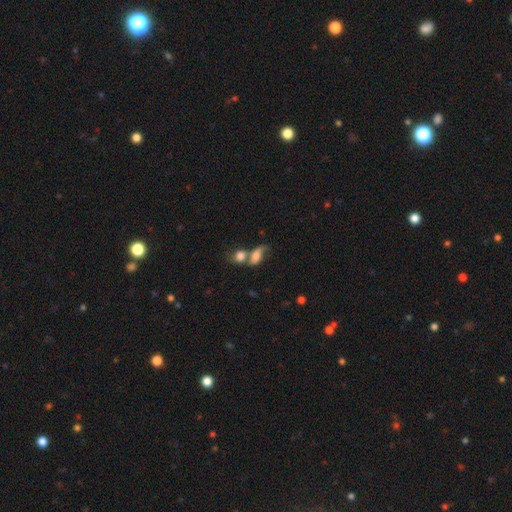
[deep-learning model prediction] smooth-or-featured: smooth: 60% | featured or disk: 28% | star or artifact: 11%
  how-rounded: in between: 73% | round: 22% | cigar-shaped: 6%
  merging: merger: 61% | none: 17% | major disturbance: 12% | minor disturbance: 9%